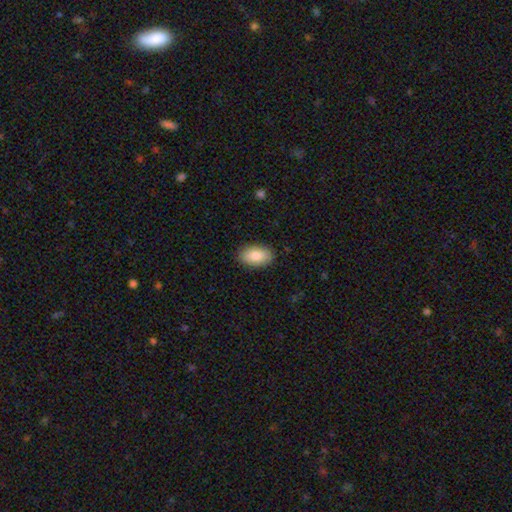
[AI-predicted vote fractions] smooth_or_featured: smooth (p=0.86) [alt: featured or disk p=0.08]
how_rounded: in between (p=0.94) [alt: round p=0.04]
merging: none (p=0.88) [alt: minor disturbance p=0.09]